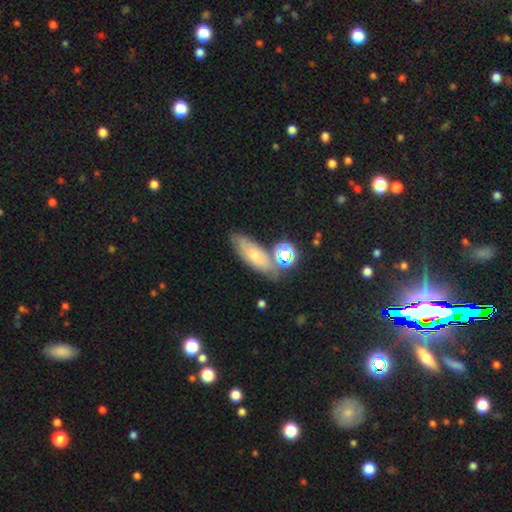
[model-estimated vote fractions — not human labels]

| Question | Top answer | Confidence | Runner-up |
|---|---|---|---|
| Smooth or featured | smooth | 53% | featured or disk (29%) |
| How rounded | in between | 64% | cigar-shaped (25%) |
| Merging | none | 63% | minor disturbance (19%) |